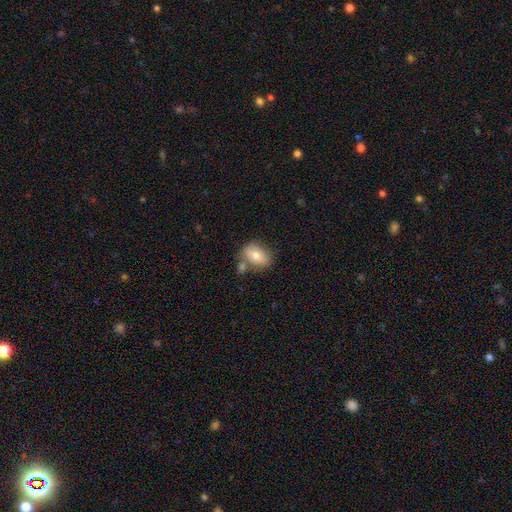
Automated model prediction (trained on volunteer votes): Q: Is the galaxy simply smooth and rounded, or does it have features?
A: smooth — 73%.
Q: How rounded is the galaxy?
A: in between — 74%.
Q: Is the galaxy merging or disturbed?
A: none — 55%.